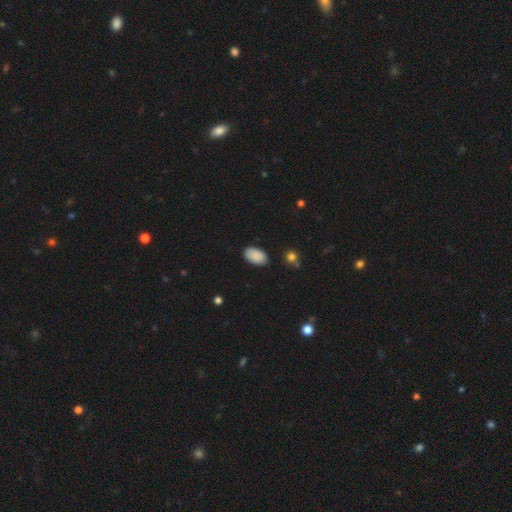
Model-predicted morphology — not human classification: This is clearly a smooth galaxy (89%). How rounded: clearly in between (94%). Merging: clearly none (87%).